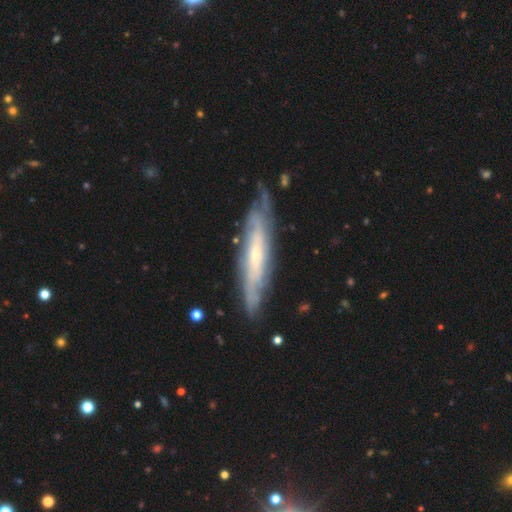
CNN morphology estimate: Smooth or featured: featured or disk — 76% (smooth — 18%)
Edge-on disk: no — 57% (yes — 43%)
Merging: none — 74% (minor disturbance — 19%)